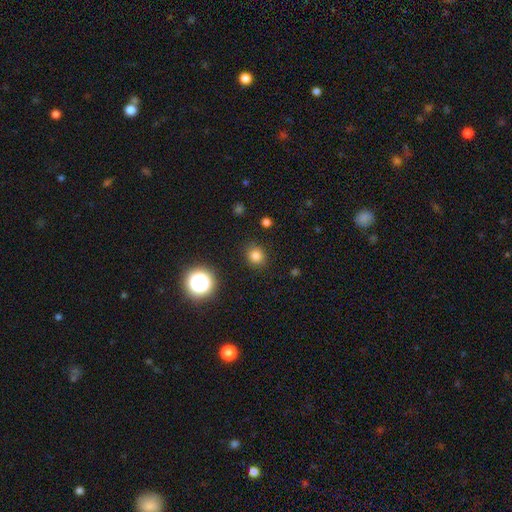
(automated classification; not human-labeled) This appears to be a smooth galaxy with no disk features (80%) that is round (82%). Merging: none (89%).